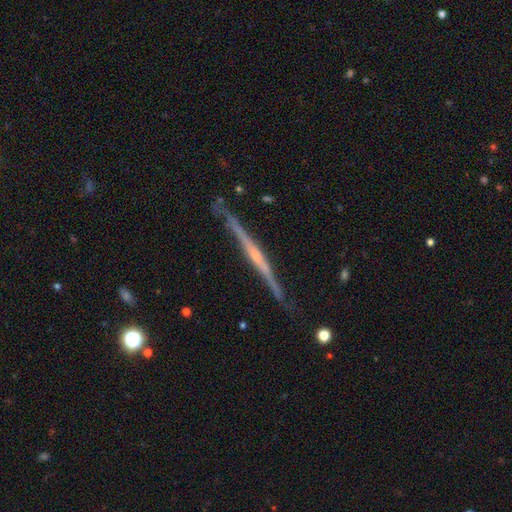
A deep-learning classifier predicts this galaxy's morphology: A featured or disk galaxy (82%) viewed edge-on (98%) with a rounded central bulge (48%).

Vote fractions:
- Smooth or featured? featured or disk: 82% / smooth: 13% / star or artifact: 5%
- Edge-on disk? yes: 98% / no: 2%
- Edge-on bulge? rounded: 48% / none: 41% / boxy: 11%
- Merging? none: 86% / minor disturbance: 10% / major disturbance: 2% / merger: 2%